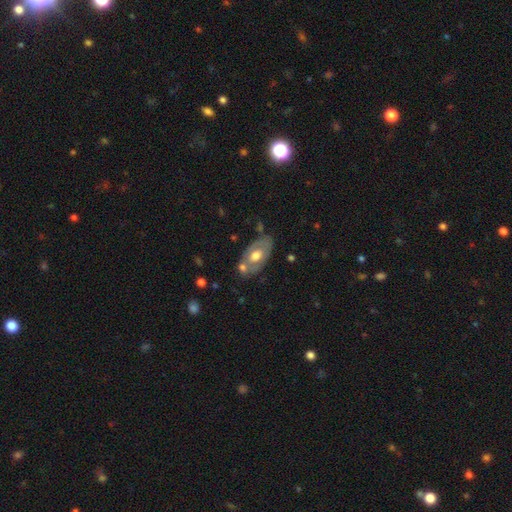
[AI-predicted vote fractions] featured or disk 51%, smooth 43%, star or artifact 6%. Down the decision tree: edge-on disk — no (87%); merging — none (63%).